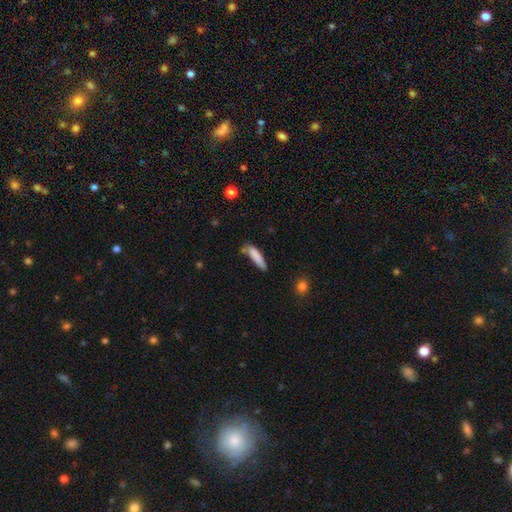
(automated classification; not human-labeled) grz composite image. It shows a smooth galaxy with no disk features (82%) that is cigar-shaped (79%). Merging: none (62%).